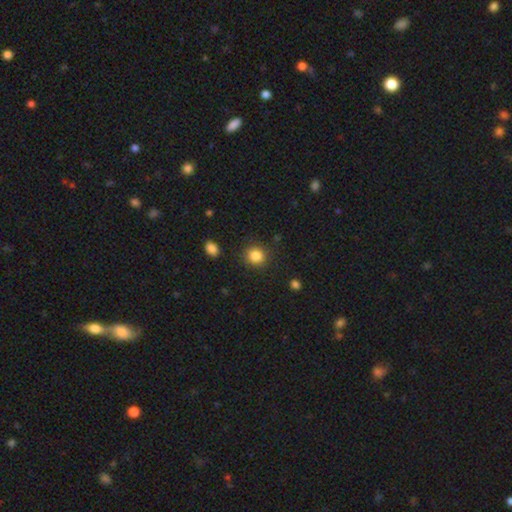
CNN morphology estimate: Overall: smooth (85%). How rounded: round (85%). Merging: none (88%).